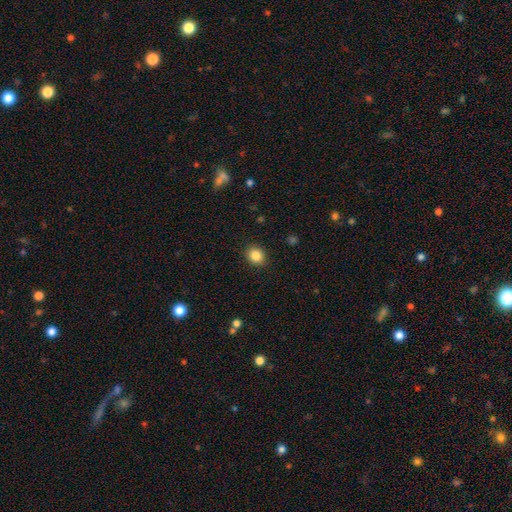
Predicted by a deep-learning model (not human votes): Smooth or featured? Predicted: smooth (p=0.85). How rounded? Predicted: round (p=0.69). Merging? Predicted: none (p=0.91).